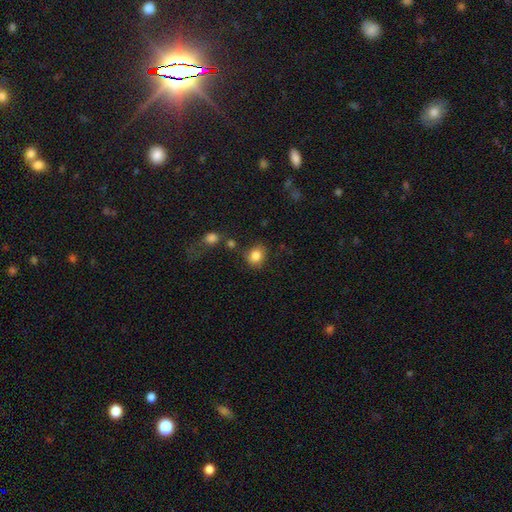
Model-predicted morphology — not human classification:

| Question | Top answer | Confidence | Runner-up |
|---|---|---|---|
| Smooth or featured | smooth | 84% | star or artifact (10%) |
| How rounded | round | 69% | in between (30%) |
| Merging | none | 75% | minor disturbance (15%) |